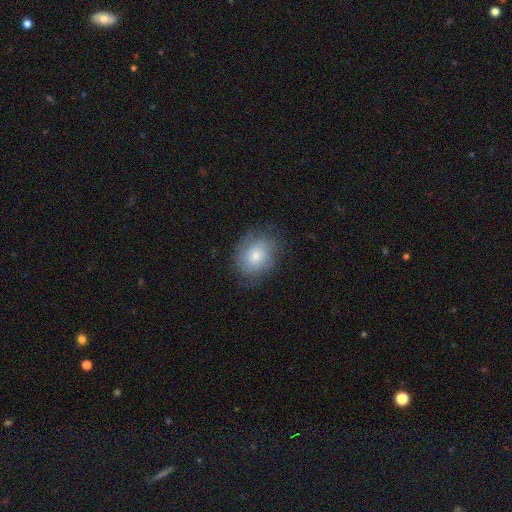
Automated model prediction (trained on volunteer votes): This is likely a smooth galaxy (62%). How rounded: possibly round (51%). Merging: likely none (71%).